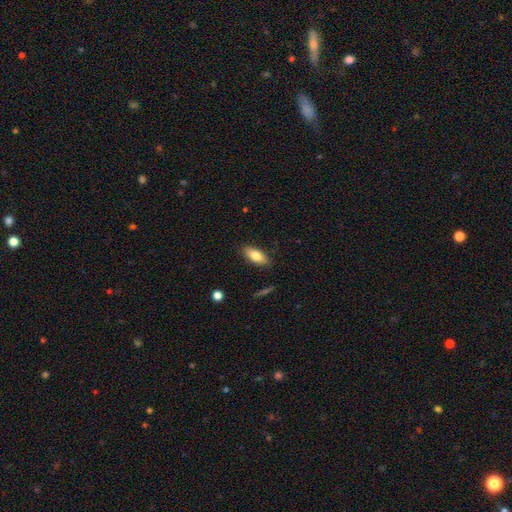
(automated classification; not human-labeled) smooth_or_featured: smooth (p=0.80) [alt: featured or disk p=0.13]
how_rounded: in between (p=0.84) [alt: cigar-shaped p=0.14]
merging: none (p=0.85) [alt: minor disturbance p=0.11]